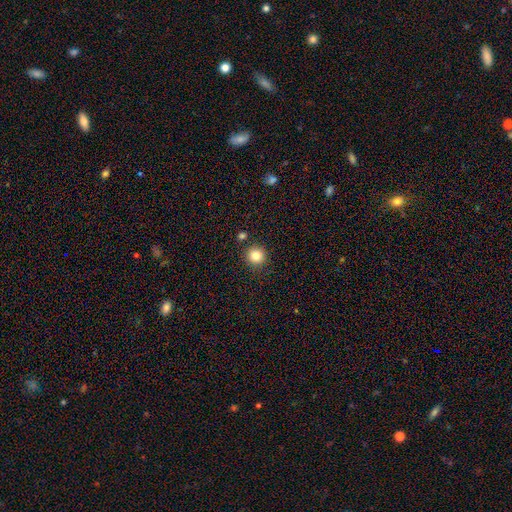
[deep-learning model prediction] Smooth or featured: smooth — 83% (star or artifact — 11%)
How rounded: round — 94% (in between — 5%)
Merging: none — 87% (minor disturbance — 7%)